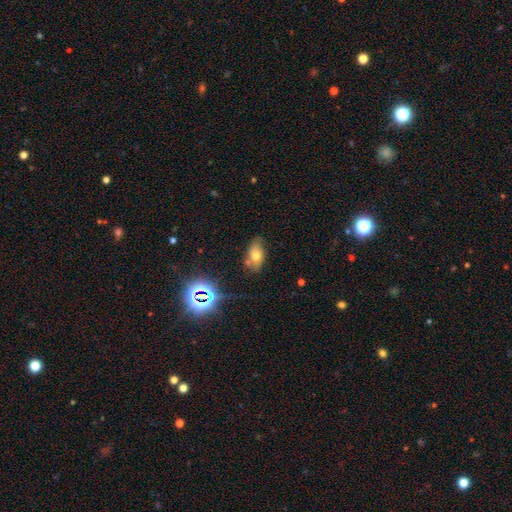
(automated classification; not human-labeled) smooth-or-featured: smooth: 65% | featured or disk: 19% | star or artifact: 17%
  how-rounded: in between: 88% | round: 8% | cigar-shaped: 4%
  merging: none: 63% | minor disturbance: 21% | merger: 11% | major disturbance: 5%